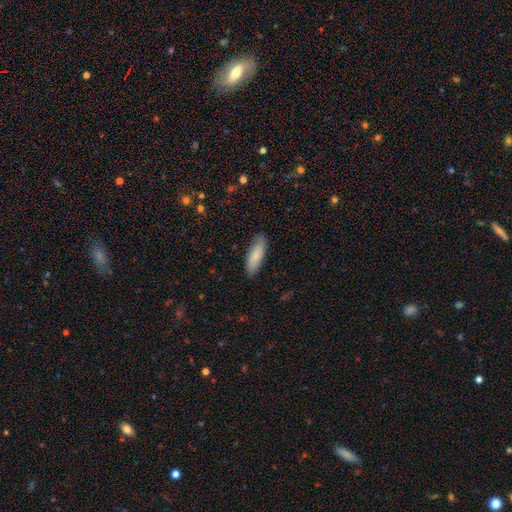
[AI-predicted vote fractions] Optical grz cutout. It shows a smooth galaxy with no disk features (80%) that is in between round and cigar-shaped (61%). Merging: none (84%).